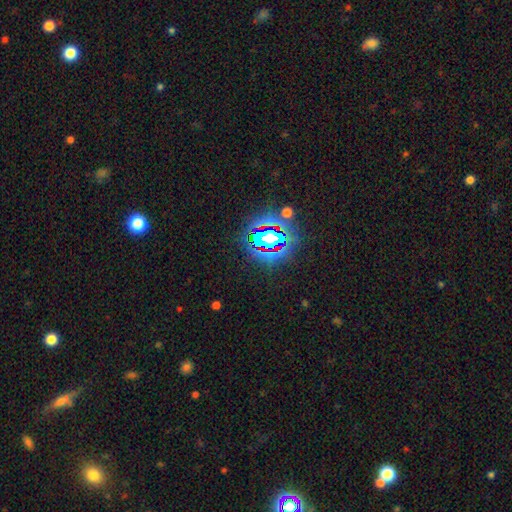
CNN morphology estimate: Smooth or featured? star or artifact (81%)